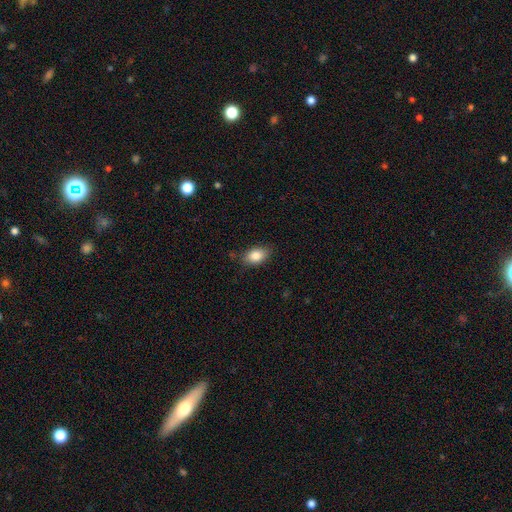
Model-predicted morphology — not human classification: A smooth galaxy with no disk features (84%) that is in between round and cigar-shaped (86%).

Vote fractions:
- Smooth or featured? smooth: 84% / star or artifact: 8% / featured or disk: 8%
- How rounded? in between: 86% / round: 11% / cigar-shaped: 2%
- Merging? none: 81% / minor disturbance: 15% / major disturbance: 3% / merger: 1%